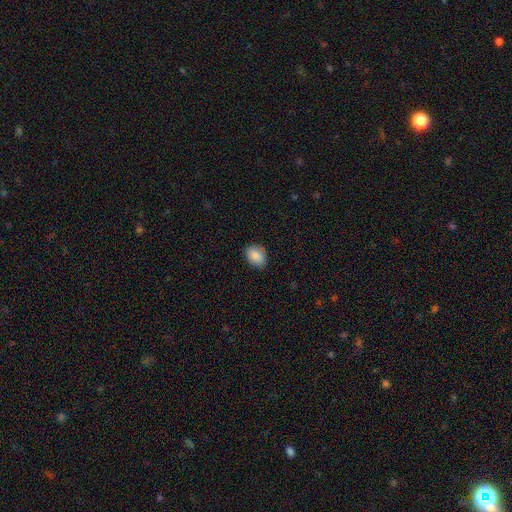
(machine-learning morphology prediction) A smooth galaxy with no disk features (88%) that is in between round and cigar-shaped (74%). Merging: none (85%).